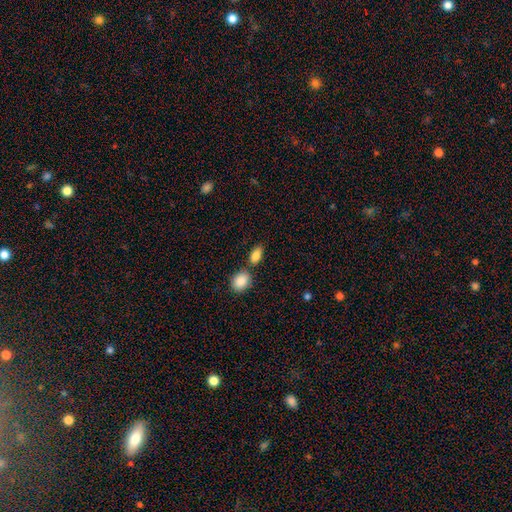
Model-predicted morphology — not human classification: Smooth or featured: smooth — 87% (star or artifact — 8%)
How rounded: in between — 87% (round — 9%)
Merging: none — 65% (merger — 21%)